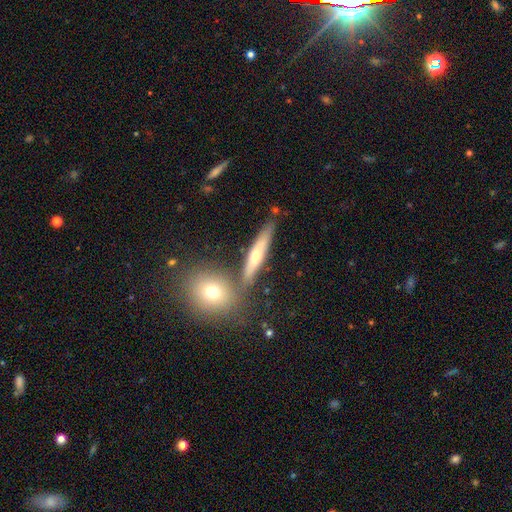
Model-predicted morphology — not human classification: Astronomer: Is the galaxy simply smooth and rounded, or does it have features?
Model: featured or disk — 55% (runner-up: smooth, 34%).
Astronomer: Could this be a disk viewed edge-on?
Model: yes — 87%.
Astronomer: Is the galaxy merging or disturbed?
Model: none — 76%.